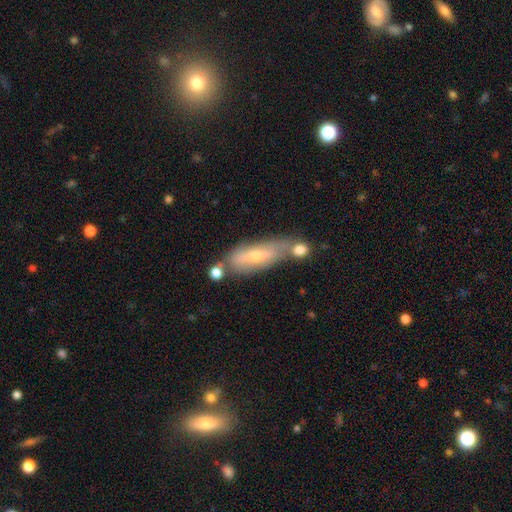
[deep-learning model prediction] Q: Smooth or featured?
A: featured or disk (49%); runner-up: smooth (42%)
Q: Merging?
A: none (49%); runner-up: merger (24%)